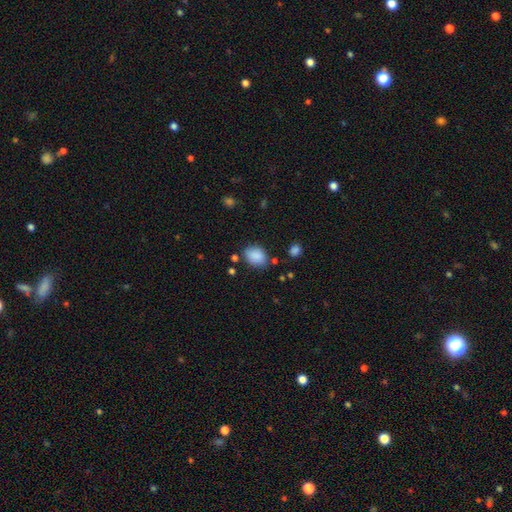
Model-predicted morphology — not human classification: Smooth or featured: smooth — 87% (star or artifact — 8%)
How rounded: in between — 65% (round — 34%)
Merging: none — 73% (minor disturbance — 18%)